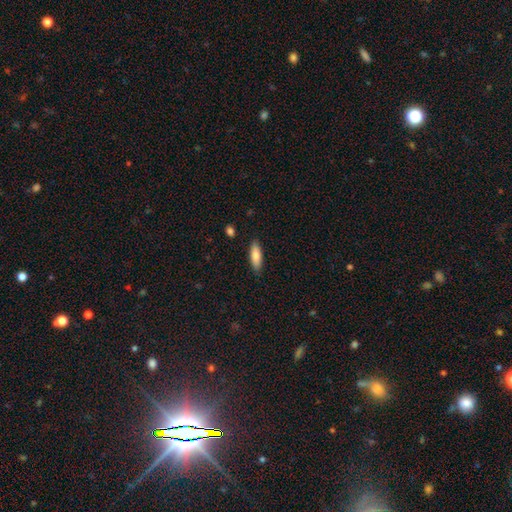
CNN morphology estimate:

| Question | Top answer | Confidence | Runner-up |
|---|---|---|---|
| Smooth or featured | smooth | 81% | featured or disk (13%) |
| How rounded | in between | 58% | cigar-shaped (40%) |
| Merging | none | 87% | minor disturbance (10%) |